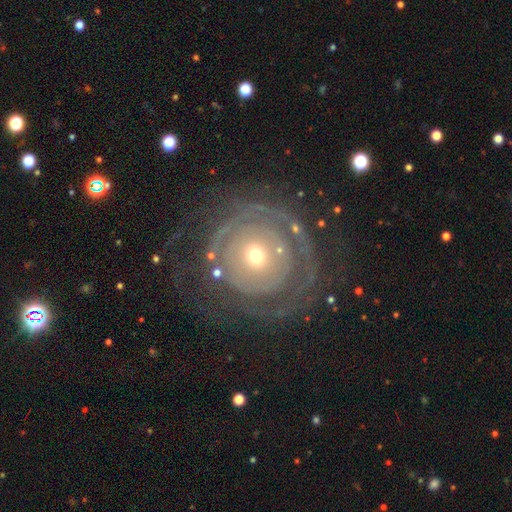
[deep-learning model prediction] featured or disk 74%, smooth 18%, star or artifact 8%. Down the decision tree: edge-on disk — no (97%); bar — no (86%); spiral arms — yes (68%); bulge size — small (59%); merging — none (61%).